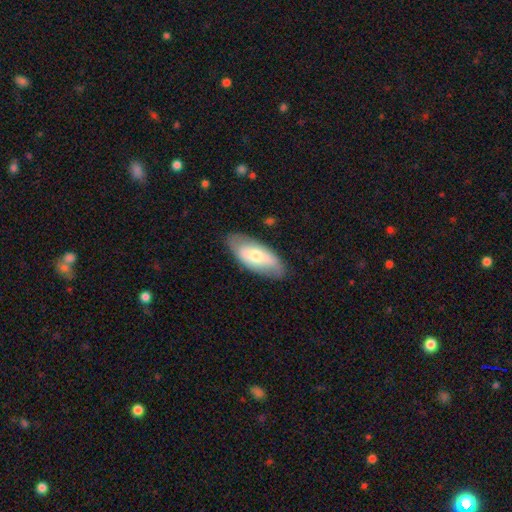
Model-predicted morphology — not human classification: smooth-or-featured: smooth: 56% | featured or disk: 38% | star or artifact: 6%
  how-rounded: in between: 87% | cigar-shaped: 11% | round: 3%
  merging: none: 79% | minor disturbance: 16% | major disturbance: 4% | merger: 1%